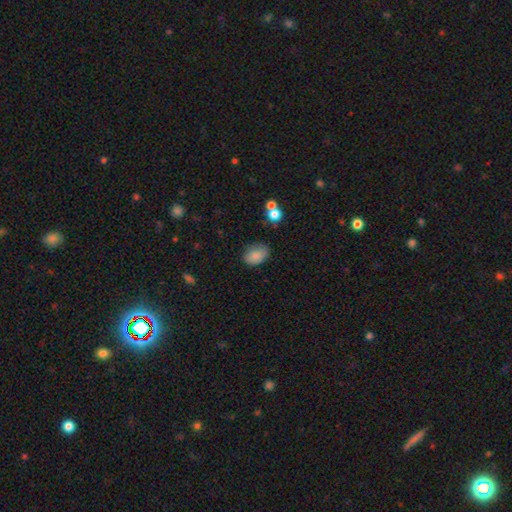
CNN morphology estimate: This appears to be a smooth galaxy with no disk features (84%) that is in between round and cigar-shaped (83%). Merging: none (66%).